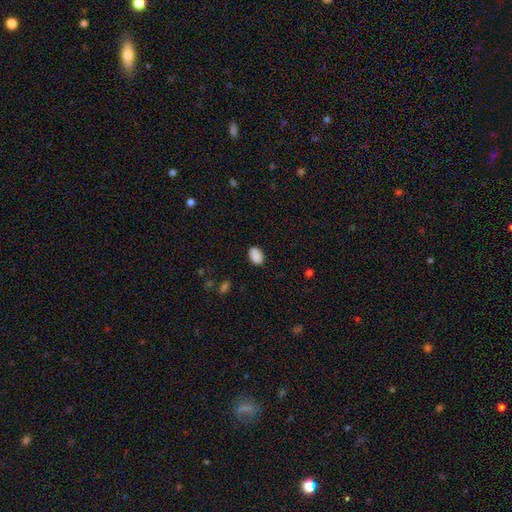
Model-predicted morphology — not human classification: Smooth or featured? Predicted: smooth (p=0.90). How rounded? Predicted: in between (p=0.89). Merging? Predicted: none (p=0.86).